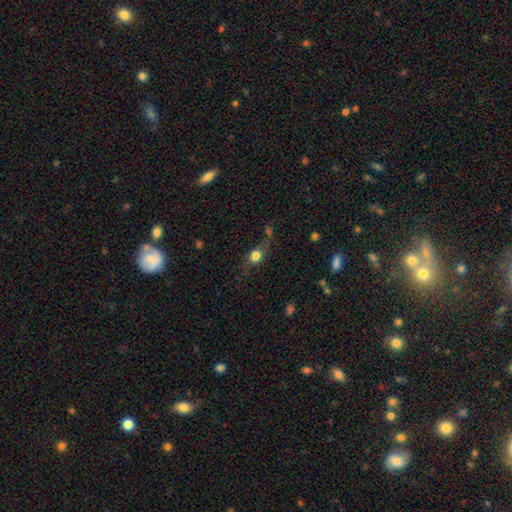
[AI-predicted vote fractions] Overall: smooth (71%). How rounded: round (51%; in between 42%). Merging: none (54%; minor disturbance 21%).